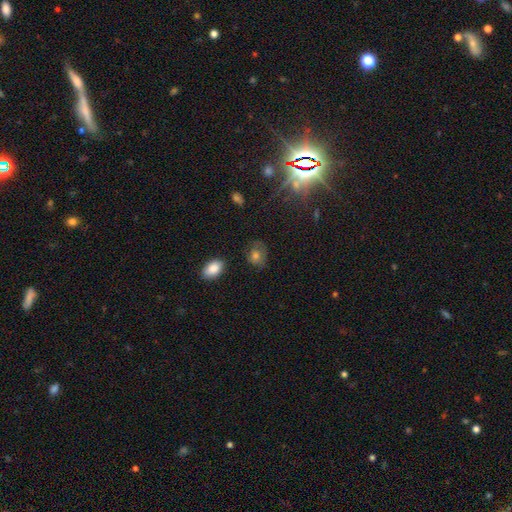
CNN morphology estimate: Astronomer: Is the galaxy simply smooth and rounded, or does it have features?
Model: smooth — 69%.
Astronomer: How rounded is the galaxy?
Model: in between — 55% (runner-up: round, 44%).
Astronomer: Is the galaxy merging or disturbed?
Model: none — 66%.